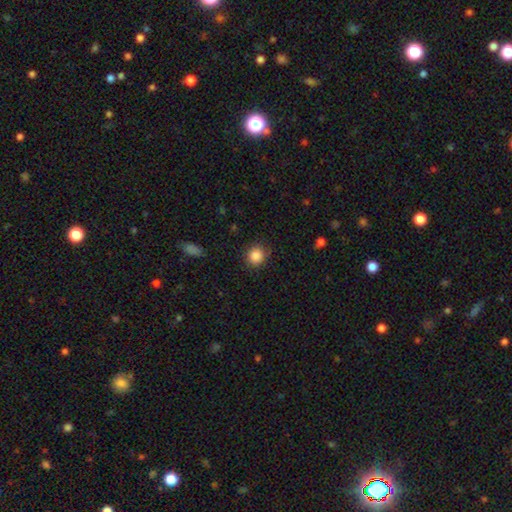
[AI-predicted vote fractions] Overall: smooth (87%). How rounded: round (88%). Merging: none (87%).